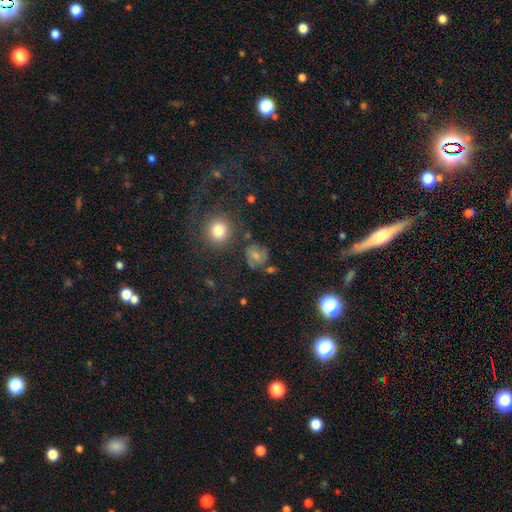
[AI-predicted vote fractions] smooth-or-featured: smooth: 48% | featured or disk: 34% | star or artifact: 18%
  merging: none: 64% | minor disturbance: 19% | major disturbance: 10% | merger: 7%